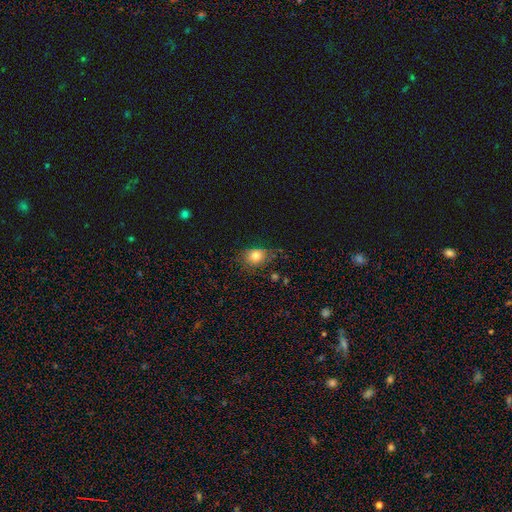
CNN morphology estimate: Smooth or featured? Predicted: smooth (p=0.79). How rounded? Predicted: round (p=0.55). Merging? Predicted: none (p=0.69).